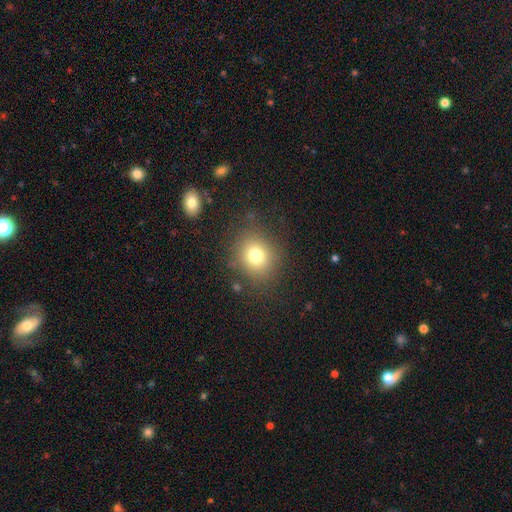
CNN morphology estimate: Q: Smooth or featured?
A: smooth (75%); runner-up: star or artifact (15%)
Q: How rounded?
A: round (78%); runner-up: in between (21%)
Q: Merging?
A: none (82%); runner-up: minor disturbance (10%)